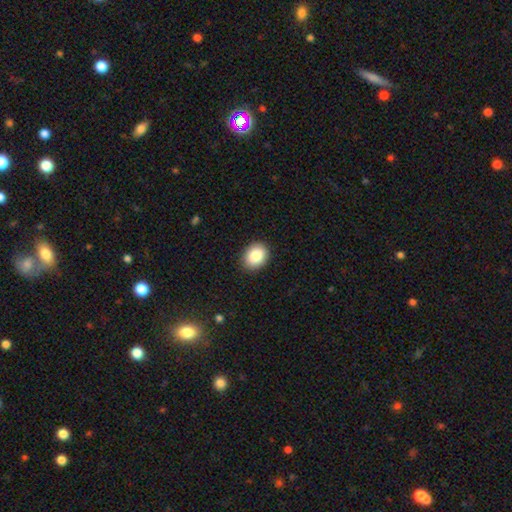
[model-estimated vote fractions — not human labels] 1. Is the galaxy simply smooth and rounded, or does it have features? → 87% smooth, 8% star or artifact, 5% featured or disk.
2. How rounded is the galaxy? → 56% in between, 44% round, 1% cigar-shaped.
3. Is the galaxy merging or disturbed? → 89% none, 8% minor disturbance, 2% major disturbance, 1% merger.